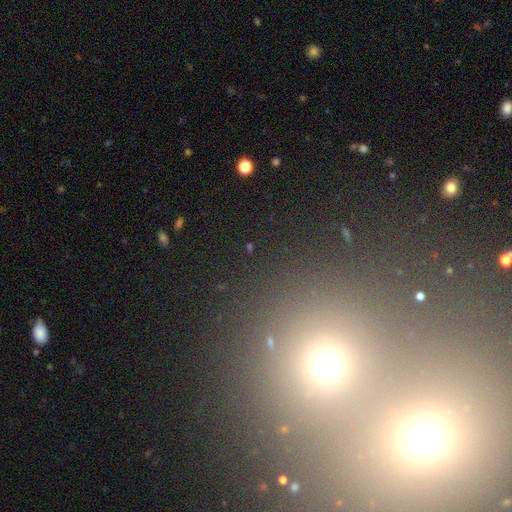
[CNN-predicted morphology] The model was most divided on "smooth or featured": star or artifact: 50%, smooth: 38%, featured or disk: 13%.